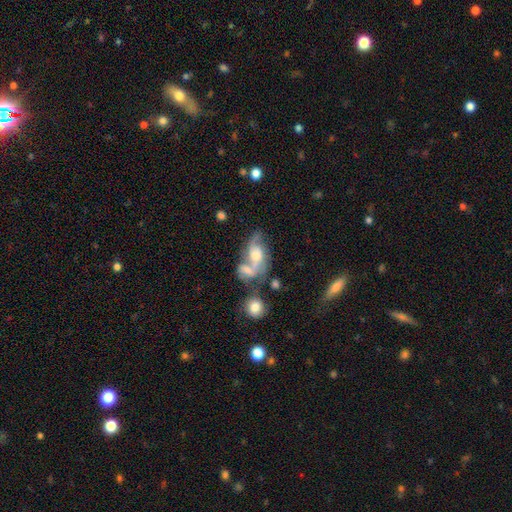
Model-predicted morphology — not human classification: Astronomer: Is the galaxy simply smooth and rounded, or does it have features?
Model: featured or disk — 67%.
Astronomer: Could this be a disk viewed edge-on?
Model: no — 94%.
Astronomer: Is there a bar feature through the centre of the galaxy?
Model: no — 63%.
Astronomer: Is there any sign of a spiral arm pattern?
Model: yes — 83%.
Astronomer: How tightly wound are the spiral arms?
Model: loose — 47% (runner-up: medium, 39%).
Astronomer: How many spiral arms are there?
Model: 2 — 70%.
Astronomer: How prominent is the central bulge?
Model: moderate — 52%.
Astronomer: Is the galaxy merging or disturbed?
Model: merger — 49% (runner-up: none, 24%).